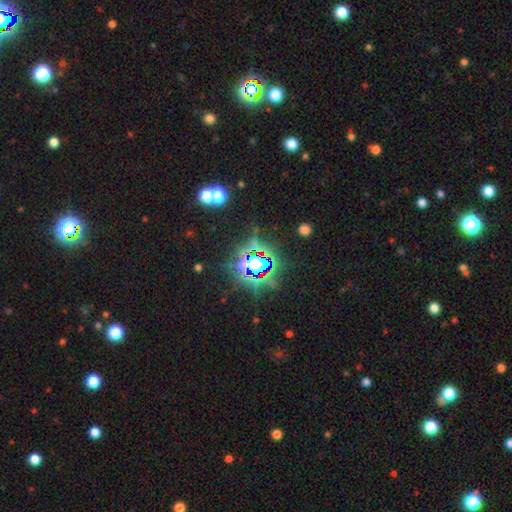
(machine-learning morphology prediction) The model was most divided on "smooth or featured": star or artifact: 80%, smooth: 11%, featured or disk: 9%.